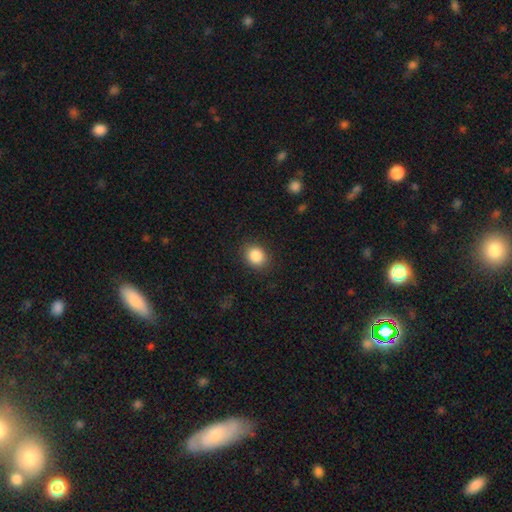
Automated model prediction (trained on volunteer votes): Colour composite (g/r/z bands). It shows a smooth galaxy with no disk features (87%) that is round (57%). Merging: none (87%).